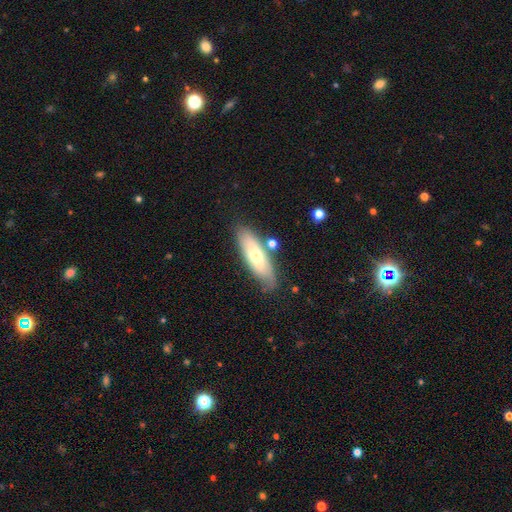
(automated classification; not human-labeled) smooth 57%, featured or disk 37%, star or artifact 7%. Down the decision tree: how rounded — in between (50%); merging — none (72%).